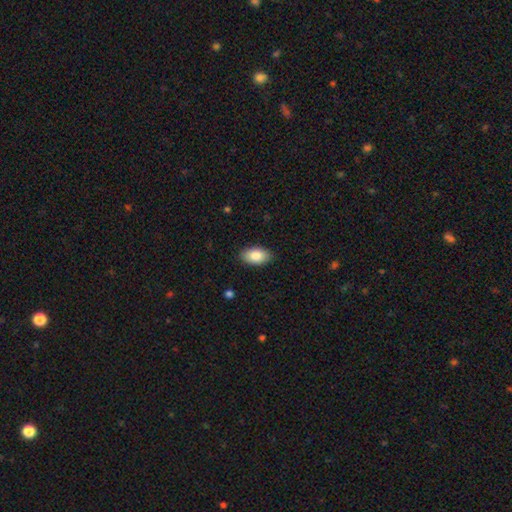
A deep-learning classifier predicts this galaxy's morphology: type=smooth (84%); roundness=in between (94%); merging=none (89%).